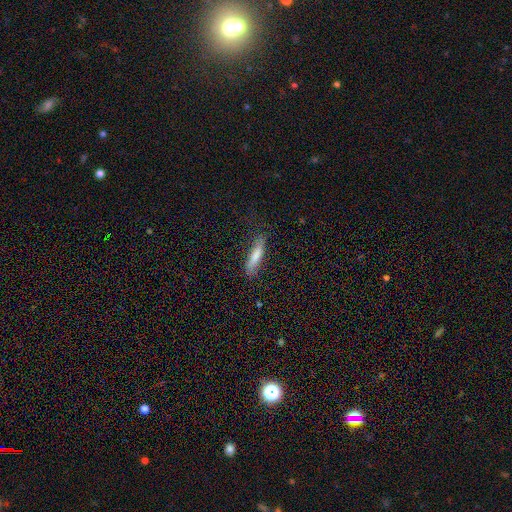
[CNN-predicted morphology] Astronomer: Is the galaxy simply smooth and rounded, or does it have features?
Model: smooth — 73%.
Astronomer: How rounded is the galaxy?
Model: cigar-shaped — 81%.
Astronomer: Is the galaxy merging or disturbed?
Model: none — 74%.